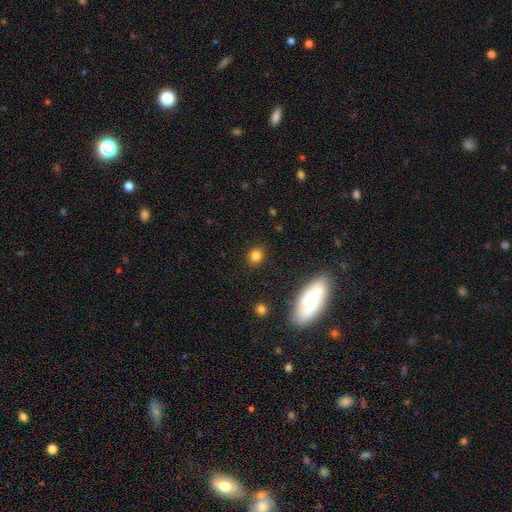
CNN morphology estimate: type=smooth (82%); roundness=round (72%); merging=none (88%).